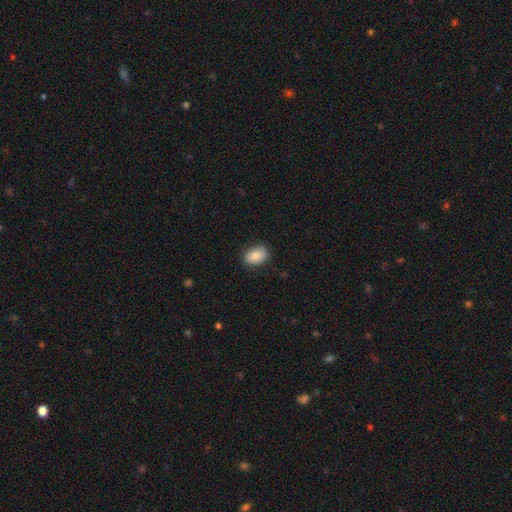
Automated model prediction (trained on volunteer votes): Overall: smooth (82%). How rounded: in between (75%). Merging: none (85%).